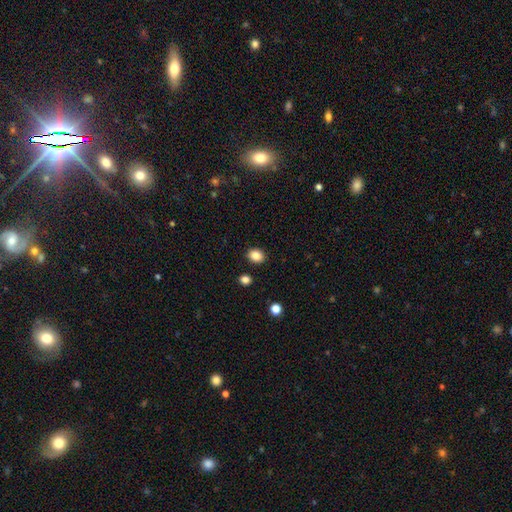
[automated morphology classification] type=smooth (86%); roundness=round (51%); merging=none (88%).